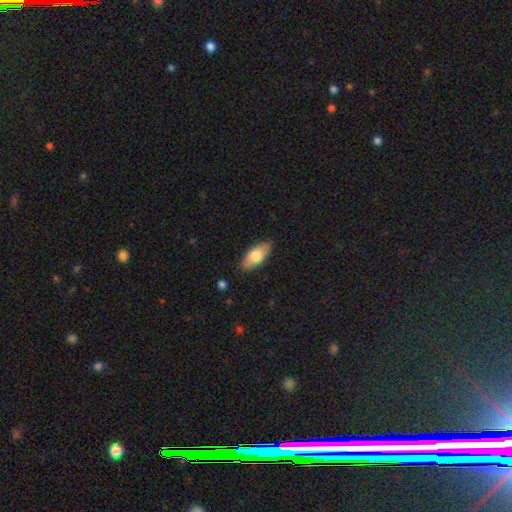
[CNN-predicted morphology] A smooth galaxy with no disk features (77%) that is in between round and cigar-shaped (88%). Merging: none (85%).